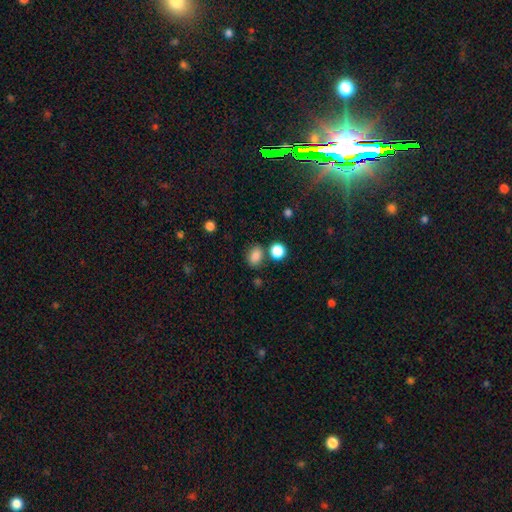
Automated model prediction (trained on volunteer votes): smooth_or_featured: smooth (p=0.83) [alt: star or artifact p=0.12]
how_rounded: in between (p=0.57) [alt: round p=0.42]
merging: none (p=0.75) [alt: minor disturbance p=0.12]